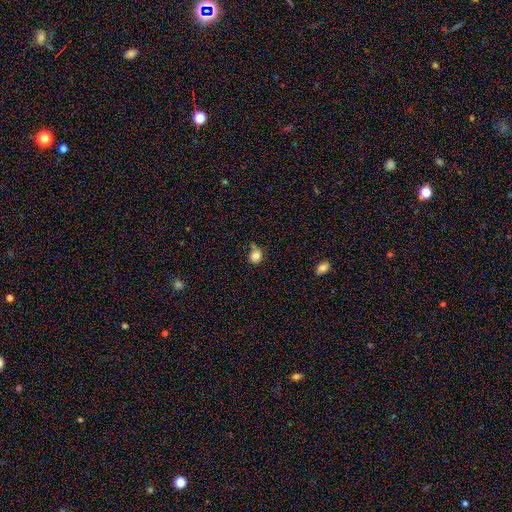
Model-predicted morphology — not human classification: A smooth galaxy with no disk features (79%) that is round (66%). Merging: none (43%).